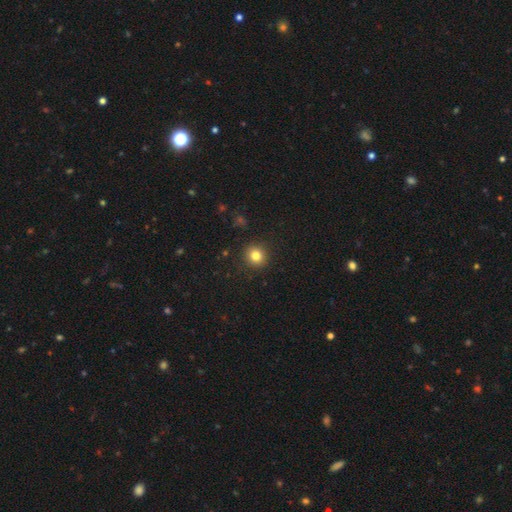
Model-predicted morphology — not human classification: Smooth or featured? smooth (81%)
How rounded? round (92%)
Merging? none (91%)